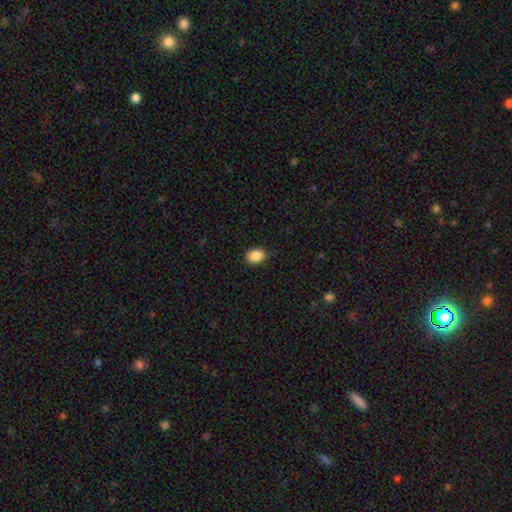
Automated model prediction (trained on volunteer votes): smooth_or_featured: smooth (p=0.89) [alt: star or artifact p=0.08]
how_rounded: in between (p=0.62) [alt: round p=0.37]
merging: none (p=0.89) [alt: minor disturbance p=0.08]